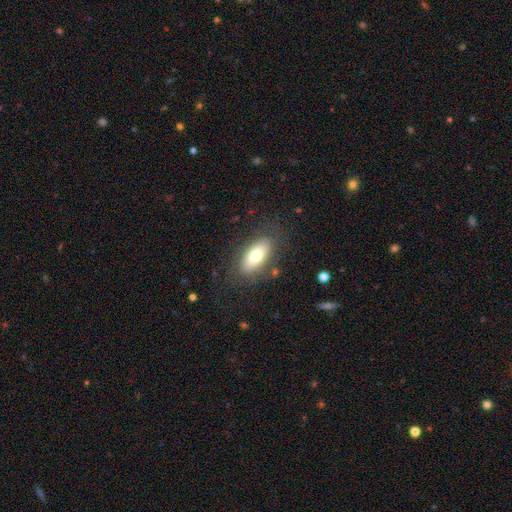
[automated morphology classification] This appears to be a smooth galaxy with no disk features (68%) that is in between round and cigar-shaped (89%). Merging: none (77%).